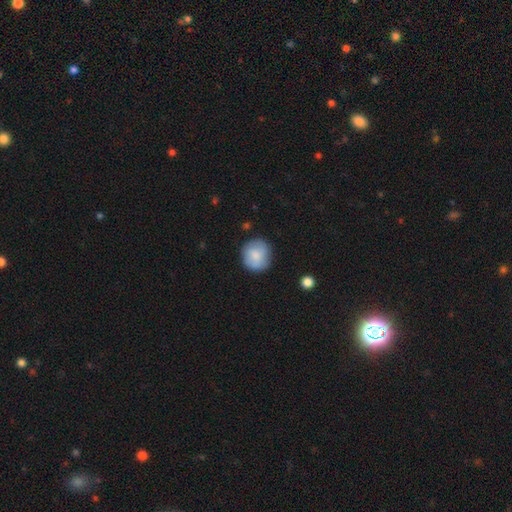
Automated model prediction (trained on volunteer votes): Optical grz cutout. It shows a smooth galaxy with no disk features (79%) that is round (87%). Merging: none (78%).